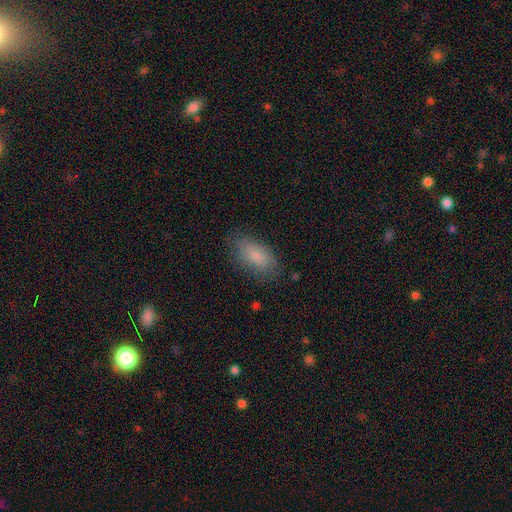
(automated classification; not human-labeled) The model was most divided on "merging": none: 79%, minor disturbance: 15%, major disturbance: 4%, merger: 1%. More confident: how rounded — in between (88%); smooth or featured — smooth (82%).